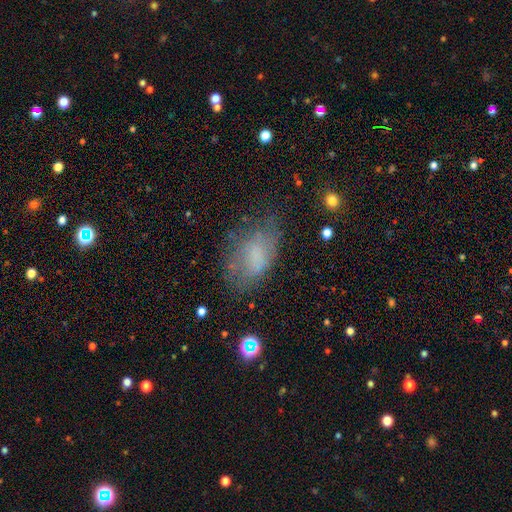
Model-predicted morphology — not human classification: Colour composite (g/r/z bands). It shows a smooth galaxy with no disk features (60%) that is in between round and cigar-shaped (89%). Merging: none (51%).